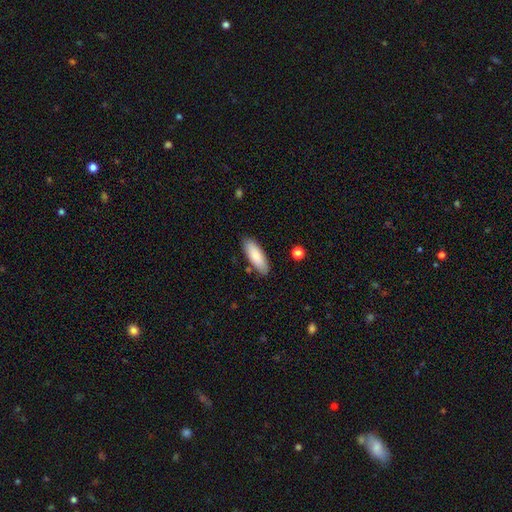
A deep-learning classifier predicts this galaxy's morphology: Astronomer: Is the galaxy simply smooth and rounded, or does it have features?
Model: smooth — 84%.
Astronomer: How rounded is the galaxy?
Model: in between — 63%.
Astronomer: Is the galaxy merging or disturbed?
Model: none — 85%.